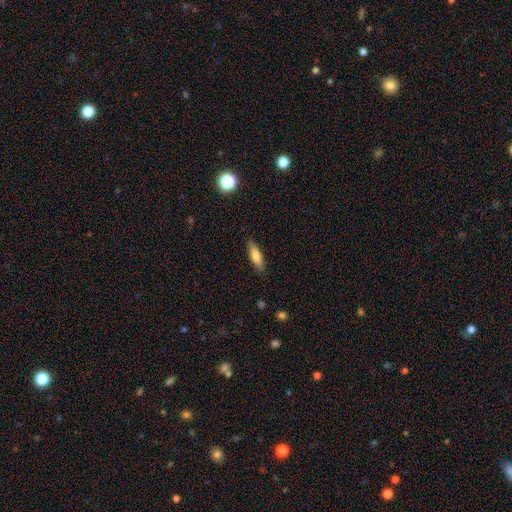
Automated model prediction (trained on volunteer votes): The model was most divided on "how rounded": cigar-shaped: 60%, in between: 38%, round: 2%. More confident: merging — none (87%); smooth or featured — smooth (74%).